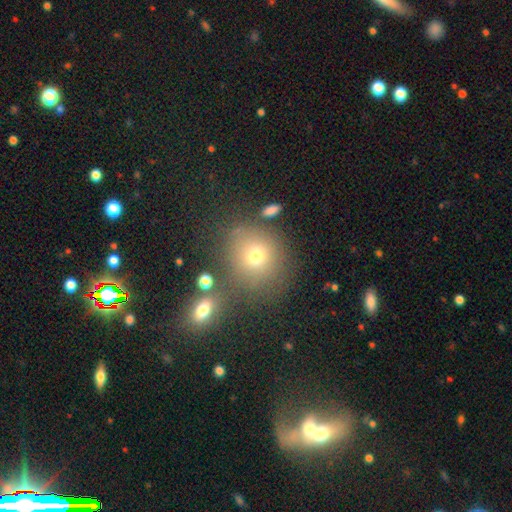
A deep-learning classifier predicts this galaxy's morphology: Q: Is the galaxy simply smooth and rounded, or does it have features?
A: smooth — 71%.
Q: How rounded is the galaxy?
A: round — 83%.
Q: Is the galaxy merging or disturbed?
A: none — 69%.